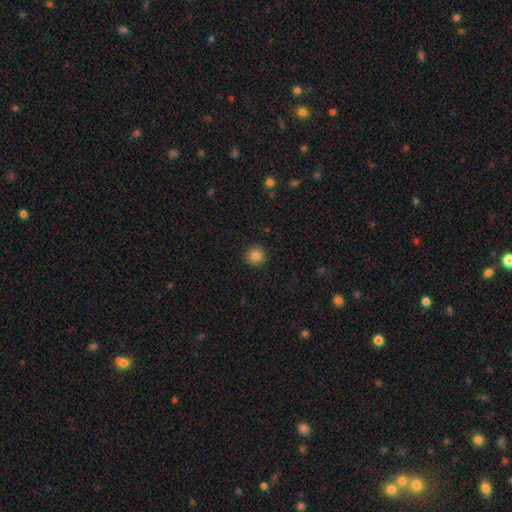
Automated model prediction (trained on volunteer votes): This appears to be a smooth galaxy with no disk features (84%) that is round (95%). Merging: none (92%).